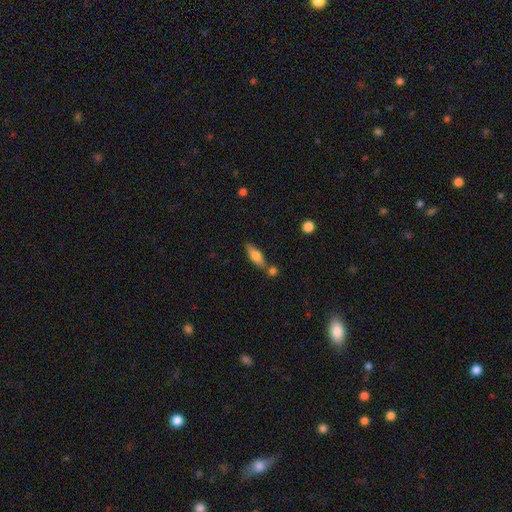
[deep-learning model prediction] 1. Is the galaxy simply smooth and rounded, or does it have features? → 68% smooth, 25% featured or disk, 7% star or artifact.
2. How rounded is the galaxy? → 61% in between, 37% cigar-shaped, 3% round.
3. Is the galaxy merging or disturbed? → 66% none, 17% merger, 13% minor disturbance, 3% major disturbance.